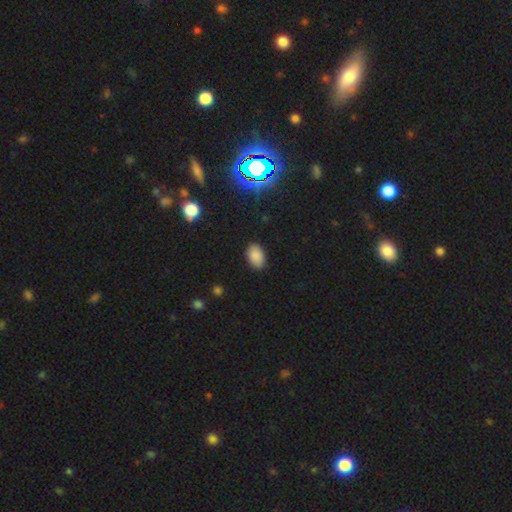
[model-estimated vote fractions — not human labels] Smooth or featured?
  - smooth: 86% *
  - star or artifact: 10%
  - featured or disk: 4%
How rounded?
  - in between: 89% *
  - round: 10%
  - cigar-shaped: 1%
Merging?
  - none: 86% *
  - minor disturbance: 11%
  - major disturbance: 2%
  - merger: 1%